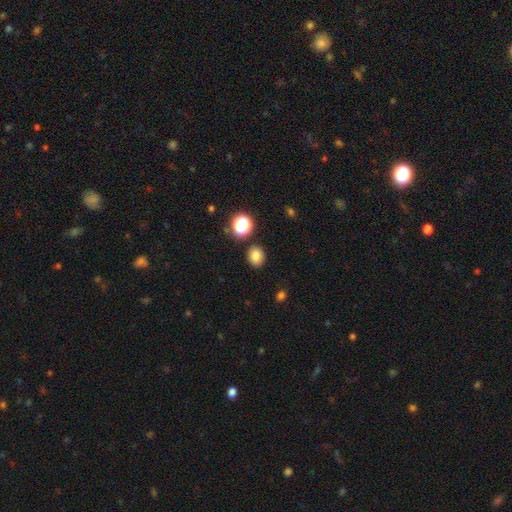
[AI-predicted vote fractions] smooth 81%, star or artifact 14%, featured or disk 5%. Down the decision tree: how rounded — round (62%); merging — none (86%).